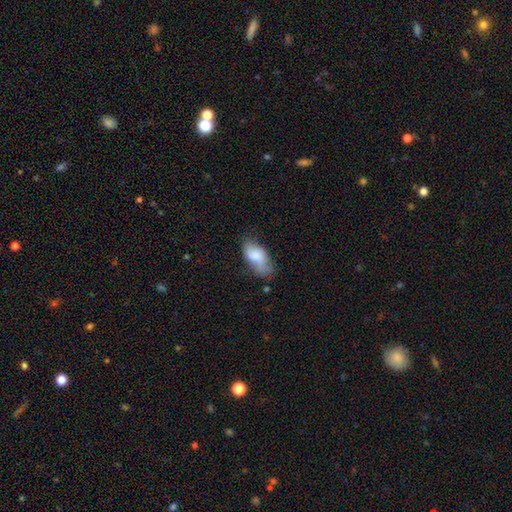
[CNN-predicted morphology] This is likely a smooth galaxy (73%). How rounded: clearly in between (90%). Merging: possibly none (48%).